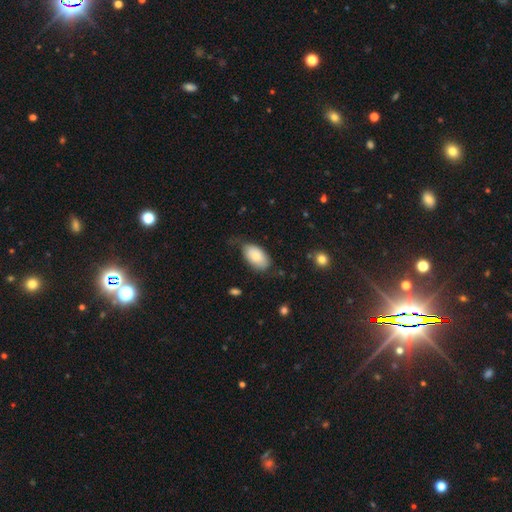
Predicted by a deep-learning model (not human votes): This appears to be a smooth galaxy with no disk features (81%) that is in between round and cigar-shaped (95%). Merging: none (55%).